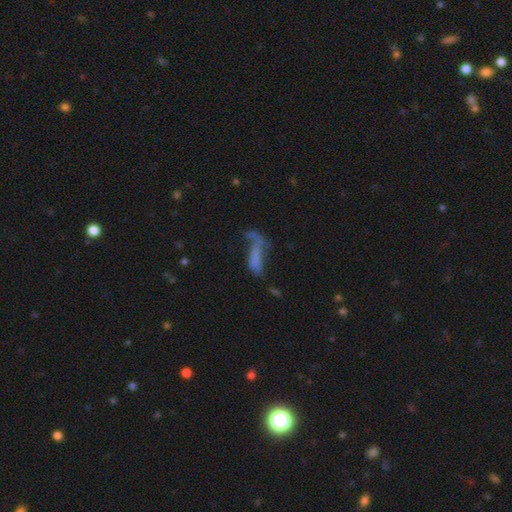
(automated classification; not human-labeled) smooth 49%, featured or disk 35%, star or artifact 16%. Down the decision tree: merging — major disturbance (39%).